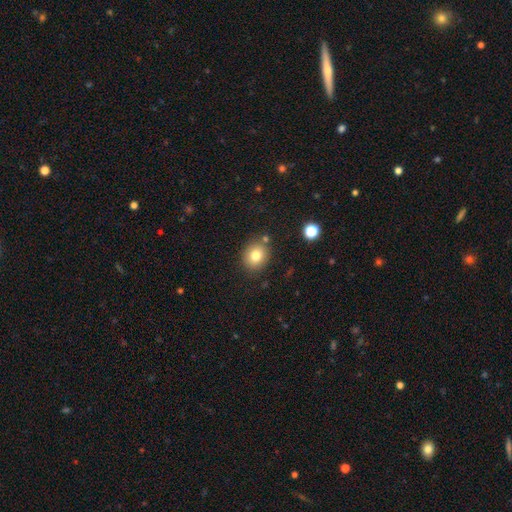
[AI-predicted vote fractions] smooth_or_featured: smooth (p=0.79) [alt: star or artifact p=0.11]
how_rounded: round (p=0.70) [alt: in between p=0.29]
merging: none (p=0.81) [alt: minor disturbance p=0.10]